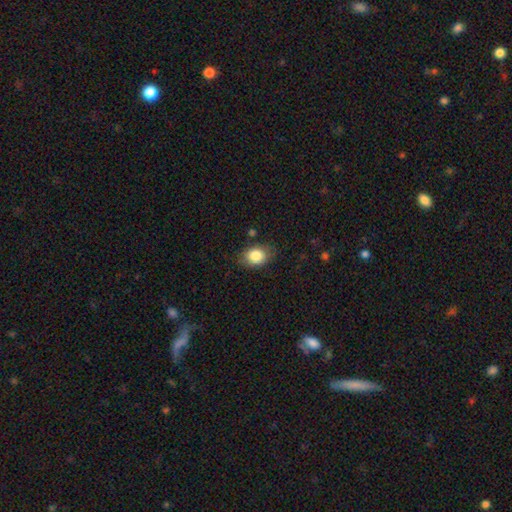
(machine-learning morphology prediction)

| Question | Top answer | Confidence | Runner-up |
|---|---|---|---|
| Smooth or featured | smooth | 84% | star or artifact (8%) |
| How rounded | in between | 66% | round (33%) |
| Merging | none | 79% | minor disturbance (16%) |